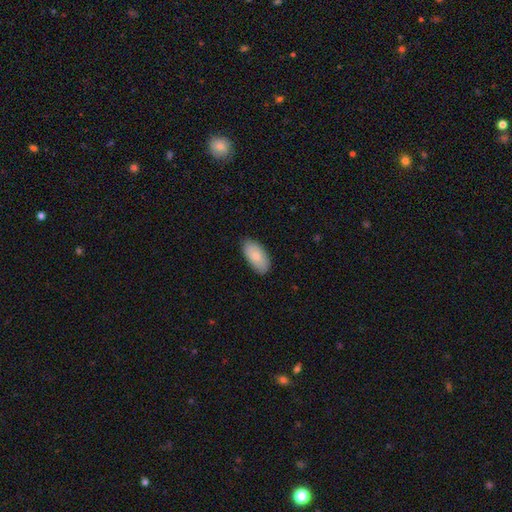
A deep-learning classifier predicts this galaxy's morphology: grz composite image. It shows a smooth galaxy with no disk features (79%) that is in between round and cigar-shaped (94%). Merging: none (84%).